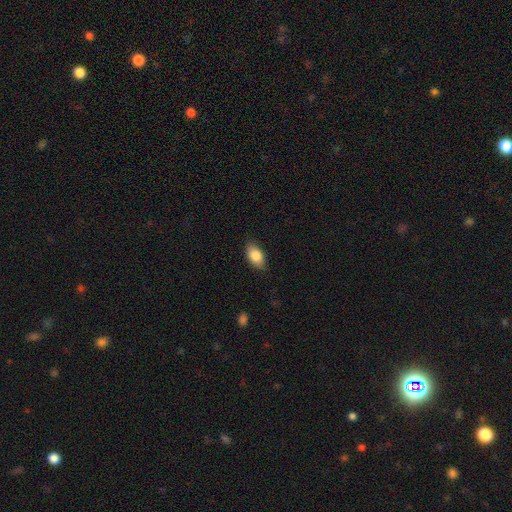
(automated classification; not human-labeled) Smooth or featured: smooth — 84% (featured or disk — 9%)
How rounded: in between — 91% (round — 6%)
Merging: none — 83% (minor disturbance — 14%)